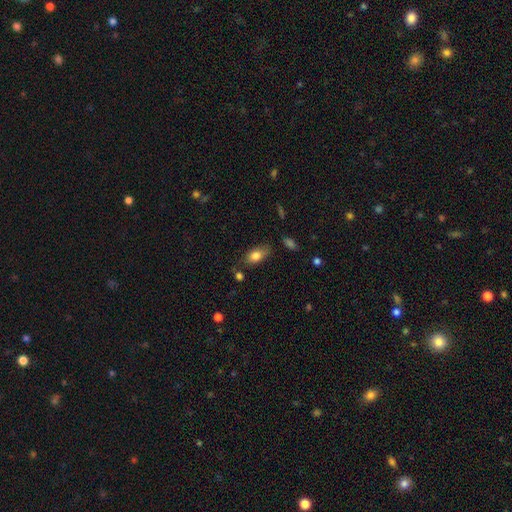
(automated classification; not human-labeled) Smooth or featured? smooth (81%)
How rounded? in between (88%)
Merging? none (71%)